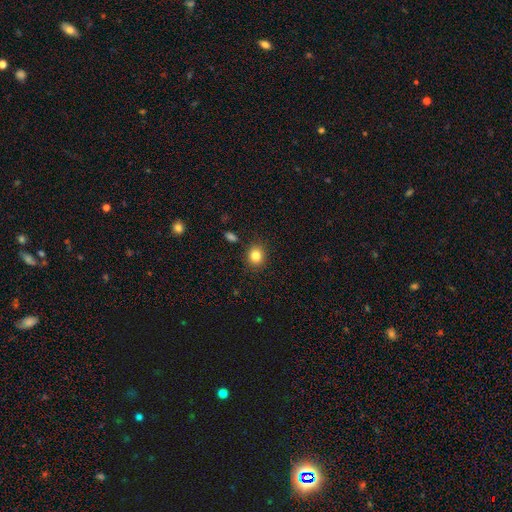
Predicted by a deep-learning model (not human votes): Smooth or featured? smooth (83%)
How rounded? round (79%)
Merging? none (88%)